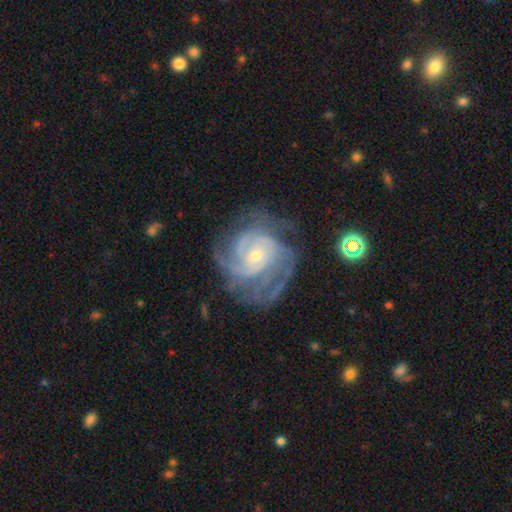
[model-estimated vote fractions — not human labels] smooth_or_featured: featured or disk (p=0.89) [alt: star or artifact p=0.05]
disk_edge_on: no (p=0.98) [alt: yes p=0.02]
bar: no (p=0.63) [alt: weak p=0.30]
has_spiral_arms: yes (p=0.97) [alt: no p=0.03]
spiral_winding: tight (p=0.62) [alt: medium p=0.32]
spiral_arm_count: 3 (p=0.28) [alt: can't tell p=0.23]
bulge_size: small (p=0.69) [alt: moderate p=0.27]
merging: none (p=0.65) [alt: minor disturbance p=0.20]